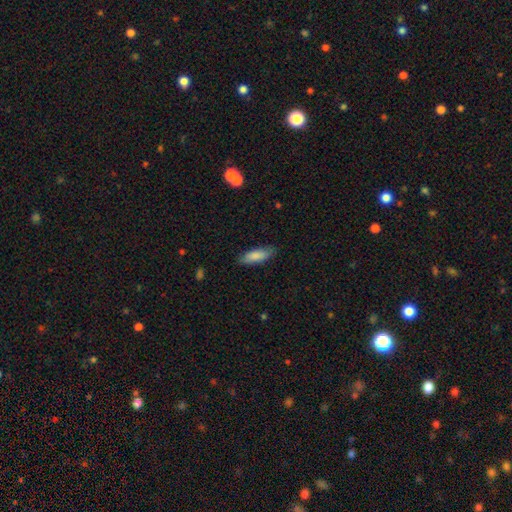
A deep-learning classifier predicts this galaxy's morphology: type=smooth (84%); roundness=in between (56%); merging=none (82%).